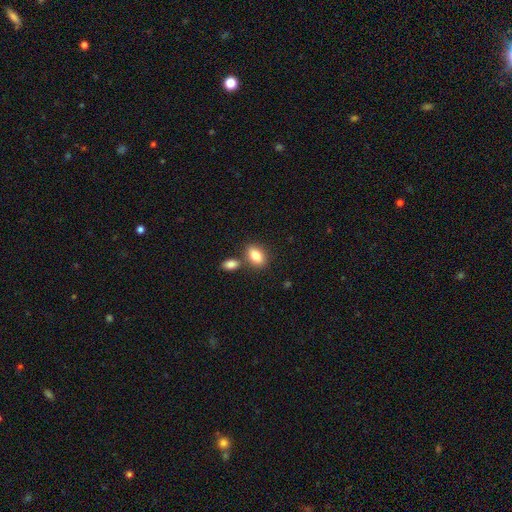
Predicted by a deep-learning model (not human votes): A smooth galaxy with no disk features (84%) that is in between round and cigar-shaped (87%). Merging: none (64%).